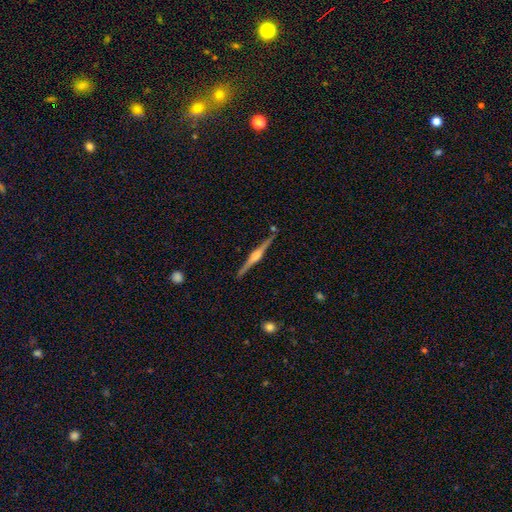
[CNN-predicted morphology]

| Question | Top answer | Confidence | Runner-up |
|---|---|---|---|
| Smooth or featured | featured or disk | 84% | smooth (11%) |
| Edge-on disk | yes | 98% | no (2%) |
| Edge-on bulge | rounded | 81% | boxy (15%) |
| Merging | none | 89% | minor disturbance (7%) |